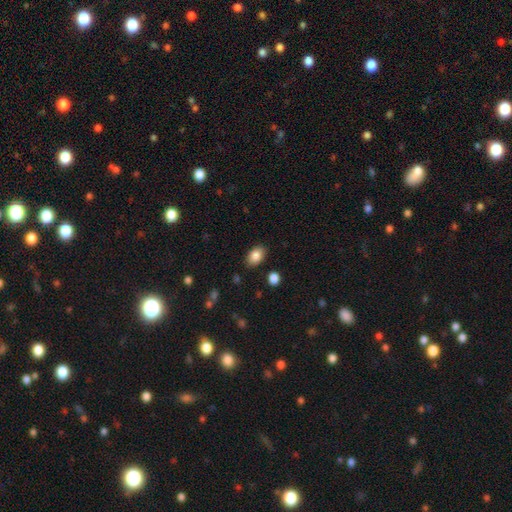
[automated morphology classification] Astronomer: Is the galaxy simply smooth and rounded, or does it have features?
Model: smooth — 86%.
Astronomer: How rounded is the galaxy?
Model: in between — 86%.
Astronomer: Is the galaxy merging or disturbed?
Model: none — 85%.